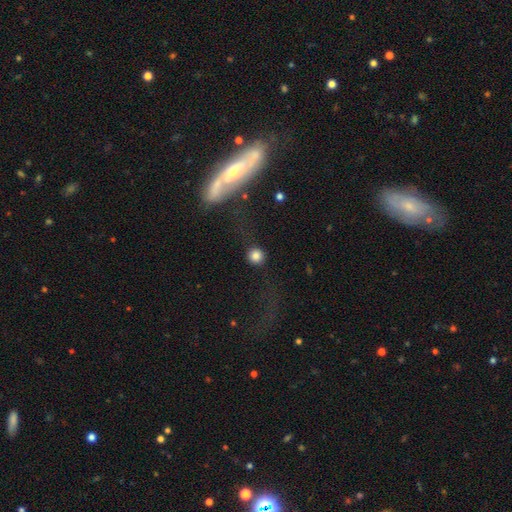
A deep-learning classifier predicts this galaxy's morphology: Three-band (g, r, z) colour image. It shows a smooth galaxy with no disk features (81%) that is round (94%). Merging: none (82%).